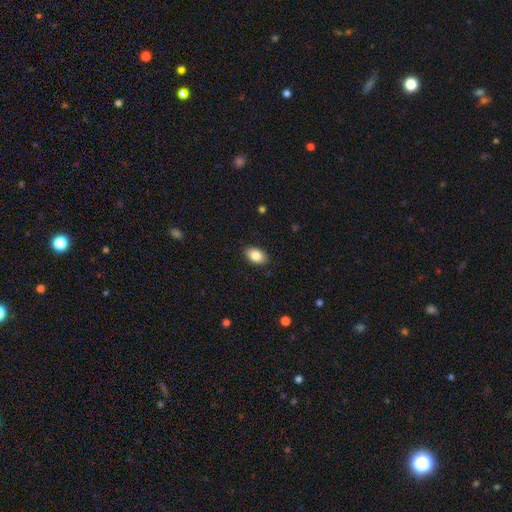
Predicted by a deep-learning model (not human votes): Smooth or featured: smooth — 84% (featured or disk — 8%)
How rounded: in between — 90% (round — 8%)
Merging: none — 88% (minor disturbance — 9%)